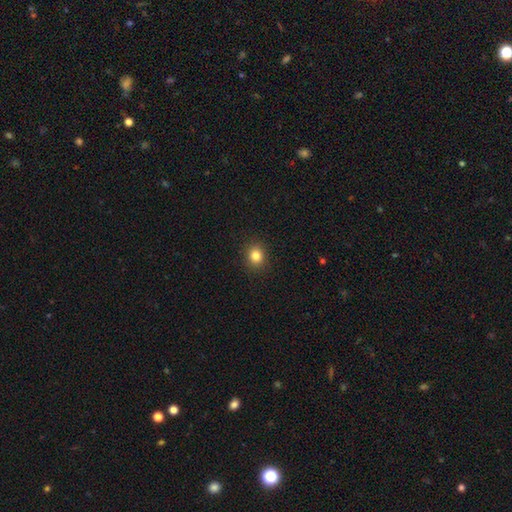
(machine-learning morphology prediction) Smooth or featured: smooth — 83% (star or artifact — 12%)
How rounded: round — 76% (in between — 23%)
Merging: none — 91% (minor disturbance — 6%)